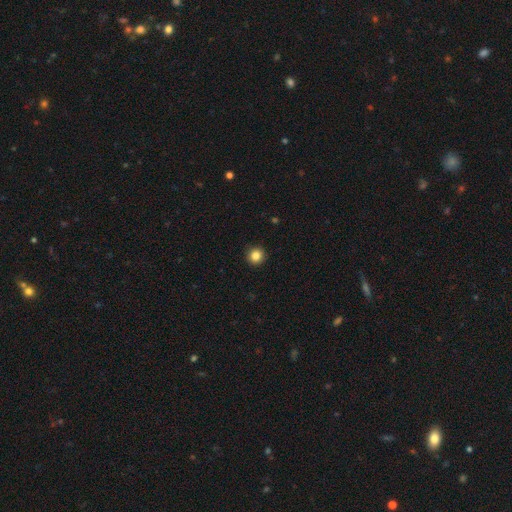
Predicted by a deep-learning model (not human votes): smooth-or-featured: smooth: 85% | star or artifact: 11% | featured or disk: 4%
  how-rounded: round: 95% | in between: 4% | cigar-shaped: 1%
  merging: none: 93% | minor disturbance: 4% | major disturbance: 2% | merger: 1%